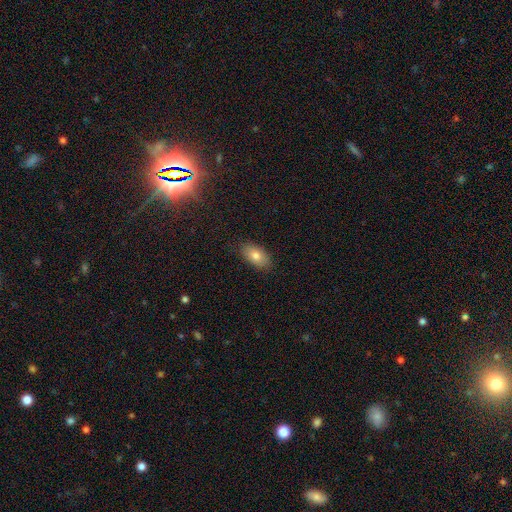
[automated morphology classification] Smooth or featured: smooth — 79% (featured or disk — 13%)
How rounded: in between — 92% (round — 5%)
Merging: none — 87% (minor disturbance — 10%)